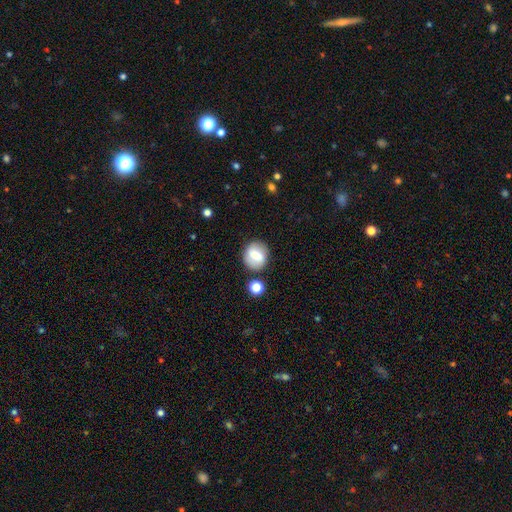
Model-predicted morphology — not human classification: This appears to be a smooth galaxy with no disk features (67%) that is round (71%). Merging: none (77%).